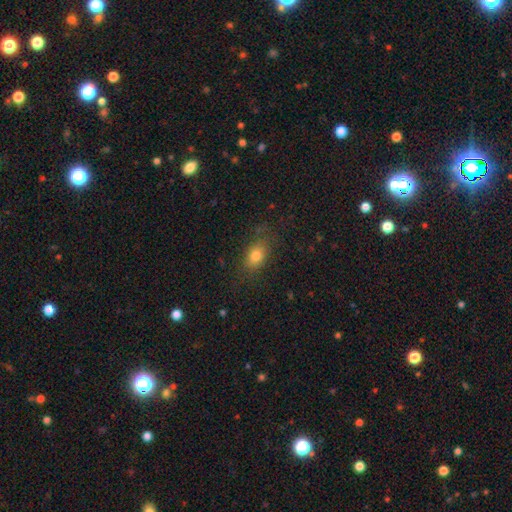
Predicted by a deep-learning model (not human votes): smooth-or-featured: smooth: 79% | featured or disk: 11% | star or artifact: 11%
  how-rounded: in between: 79% | round: 17% | cigar-shaped: 5%
  merging: none: 76% | minor disturbance: 16% | major disturbance: 6% | merger: 1%